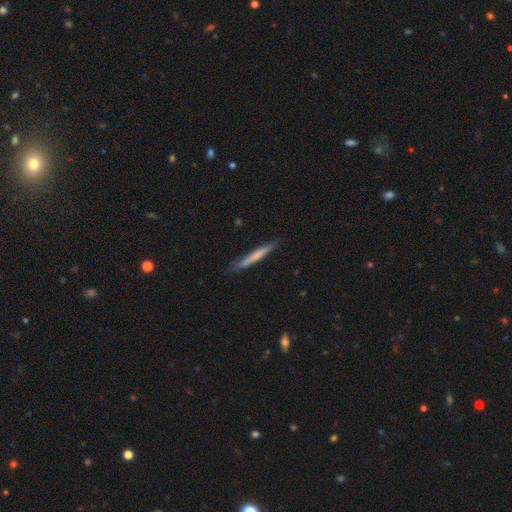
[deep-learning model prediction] Smooth or featured? smooth (61%)
How rounded? cigar-shaped (96%)
Merging? none (82%)